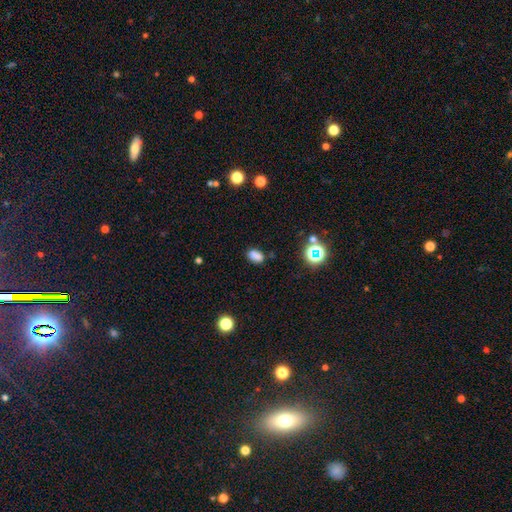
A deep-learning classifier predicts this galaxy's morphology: The model was most divided on "smooth or featured": smooth: 79%, star or artifact: 16%, featured or disk: 5%. More confident: how rounded — in between (87%); merging — none (81%).